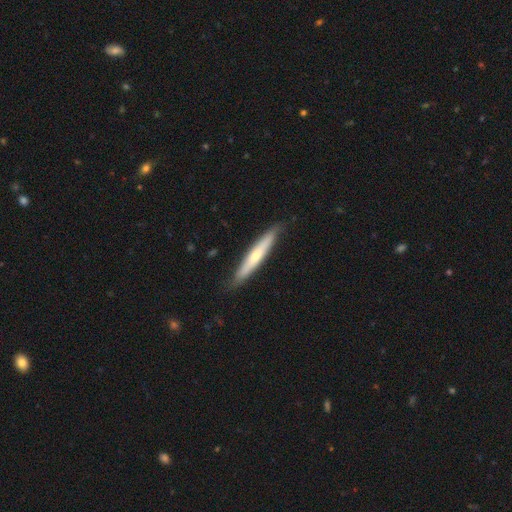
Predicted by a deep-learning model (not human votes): This appears to be a smooth galaxy with no disk features (50%) that is cigar-shaped (92%). Merging: none (85%).